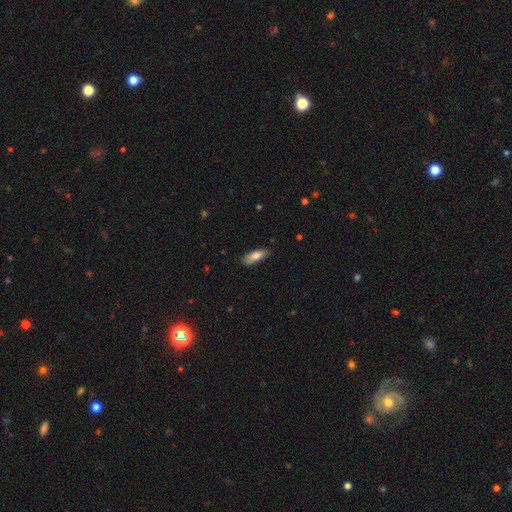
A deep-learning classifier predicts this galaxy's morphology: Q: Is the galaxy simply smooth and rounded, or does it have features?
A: smooth — 79%.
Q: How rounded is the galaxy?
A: in between — 61%.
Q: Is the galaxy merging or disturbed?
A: none — 77%.